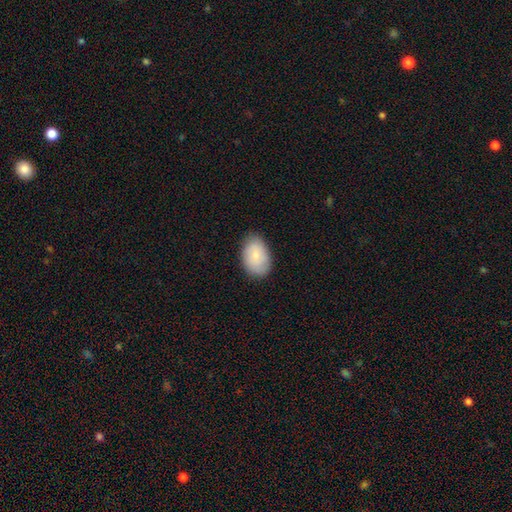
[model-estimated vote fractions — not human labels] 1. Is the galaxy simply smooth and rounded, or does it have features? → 78% smooth, 16% featured or disk, 7% star or artifact.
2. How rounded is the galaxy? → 87% in between, 12% round, 1% cigar-shaped.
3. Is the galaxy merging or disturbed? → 80% none, 16% minor disturbance, 3% major disturbance, 1% merger.